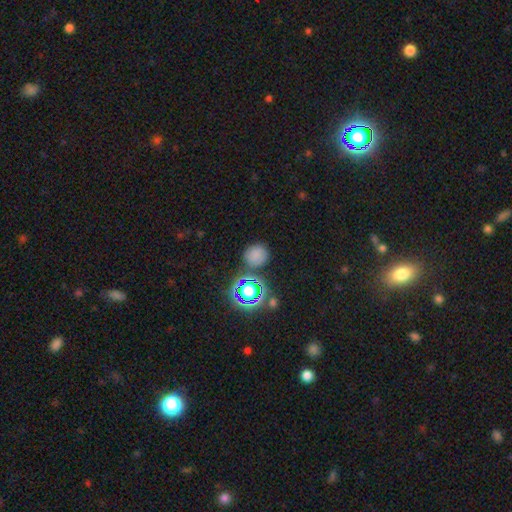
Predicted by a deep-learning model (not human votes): smooth_or_featured: smooth (p=0.70) [alt: star or artifact p=0.23]
how_rounded: round (p=0.87) [alt: in between p=0.12]
merging: none (p=0.80) [alt: minor disturbance p=0.10]